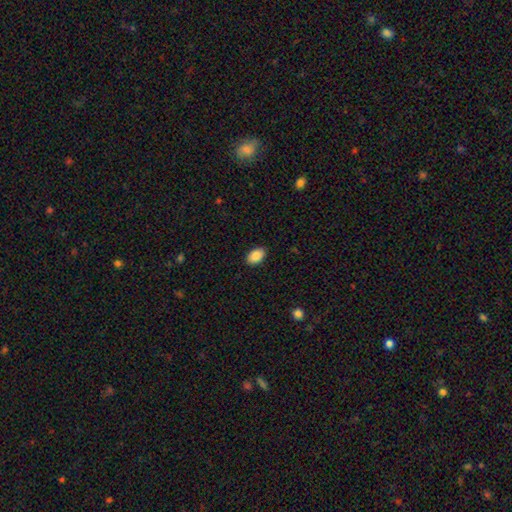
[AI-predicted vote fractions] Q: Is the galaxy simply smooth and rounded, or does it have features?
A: smooth — 88%.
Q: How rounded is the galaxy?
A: in between — 91%.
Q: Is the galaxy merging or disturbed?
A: none — 89%.